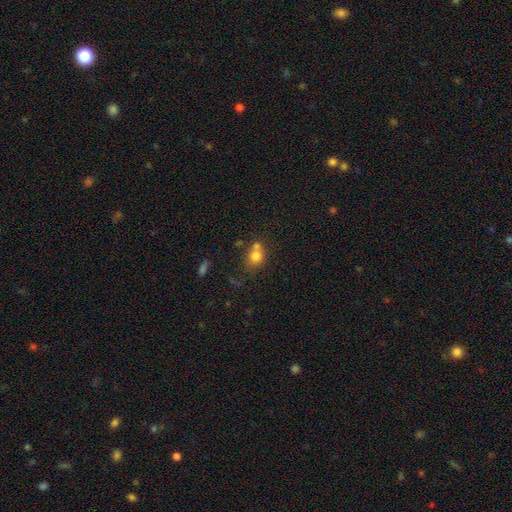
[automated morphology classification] Overall: smooth (76%). How rounded: round (69%; in between 30%). Merging: none (42%; merger 41%).